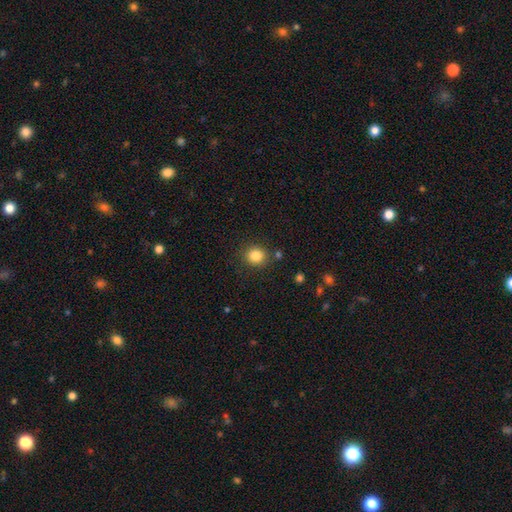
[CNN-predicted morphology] A smooth galaxy with no disk features (83%) that is round (85%).

Vote fractions:
- Smooth or featured? smooth: 83% / star or artifact: 11% / featured or disk: 6%
- How rounded? round: 85% / in between: 15% / cigar-shaped: 1%
- Merging? none: 85% / minor disturbance: 8% / merger: 4% / major disturbance: 3%